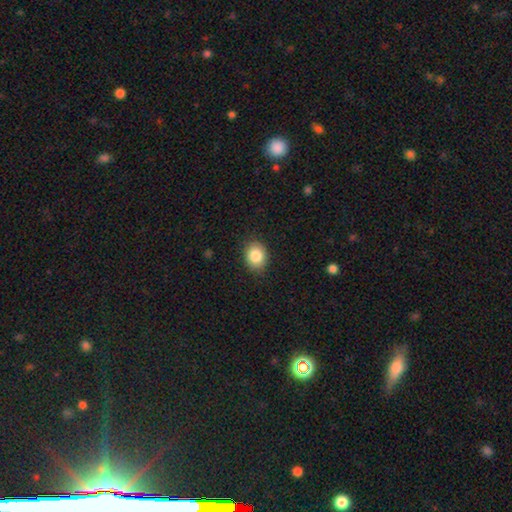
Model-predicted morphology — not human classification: type=smooth (85%); roundness=in between (55%); merging=none (86%).